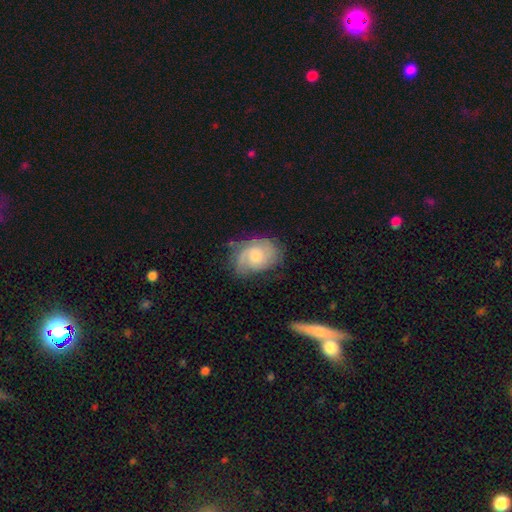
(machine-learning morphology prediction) featured or disk 73%, smooth 21%, star or artifact 7%. Down the decision tree: edge-on disk — no (97%); bar — no (69%); spiral arms — yes (93%); spiral arm count — 2 (48%); spiral winding — tight (48%); bulge size — moderate (48%); merging — none (66%).